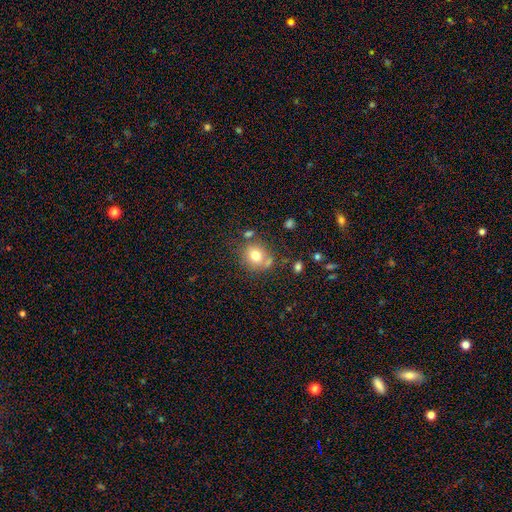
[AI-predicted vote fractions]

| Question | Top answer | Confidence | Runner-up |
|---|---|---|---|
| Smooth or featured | smooth | 75% | featured or disk (13%) |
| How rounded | round | 74% | in between (25%) |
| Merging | none | 62% | minor disturbance (16%) |